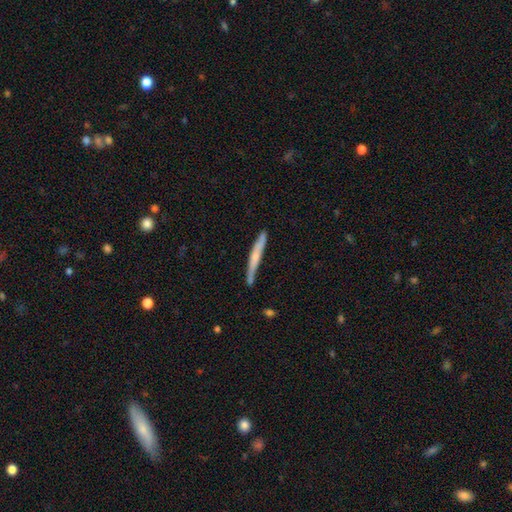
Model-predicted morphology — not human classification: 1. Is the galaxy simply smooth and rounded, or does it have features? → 50% featured or disk, 44% smooth, 6% star or artifact.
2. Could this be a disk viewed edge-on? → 95% yes, 5% no.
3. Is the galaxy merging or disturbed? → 79% none, 16% minor disturbance, 3% merger, 3% major disturbance.